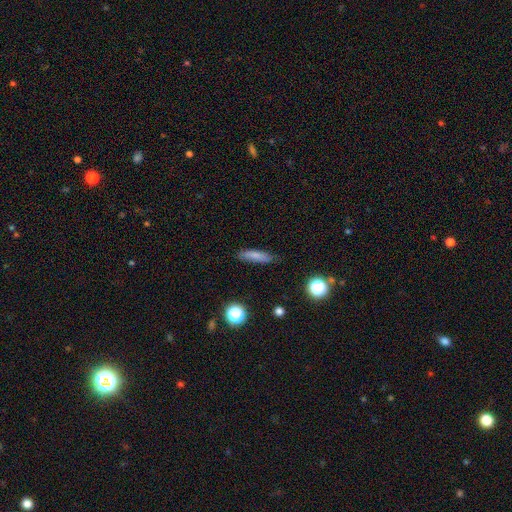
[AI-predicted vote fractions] Overall: smooth (79%). How rounded: cigar-shaped (68%). Merging: none (79%).